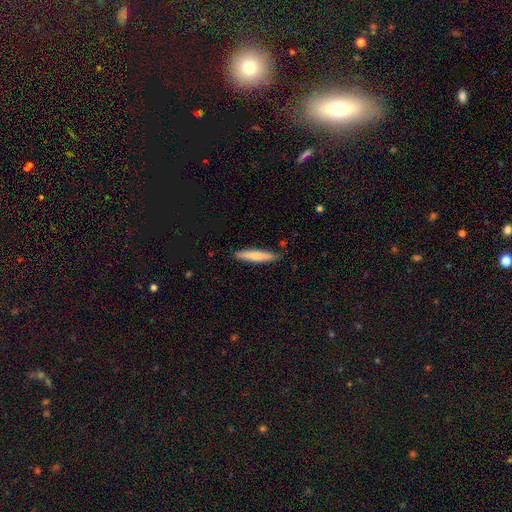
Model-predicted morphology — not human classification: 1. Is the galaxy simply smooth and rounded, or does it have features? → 74% smooth, 21% featured or disk, 5% star or artifact.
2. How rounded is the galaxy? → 87% cigar-shaped, 12% in between, 1% round.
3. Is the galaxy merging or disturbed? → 86% none, 11% minor disturbance, 2% major disturbance, 1% merger.